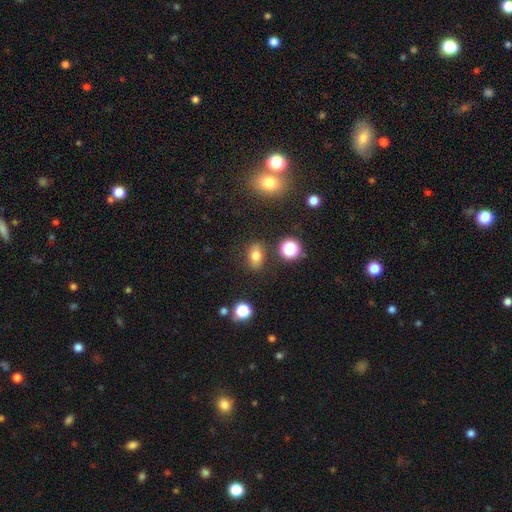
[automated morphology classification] type=smooth (73%); roundness=in between (74%); merging=none (81%).